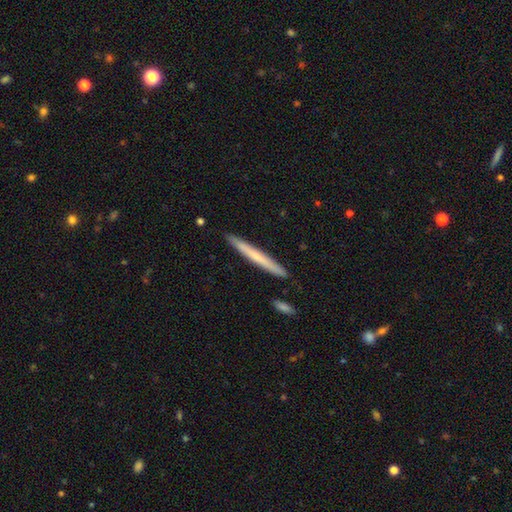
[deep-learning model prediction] Smooth or featured?
  - featured or disk: 48% *
  - smooth: 45%
  - star or artifact: 7%
Merging?
  - none: 90% *
  - minor disturbance: 7%
  - merger: 2%
  - major disturbance: 1%